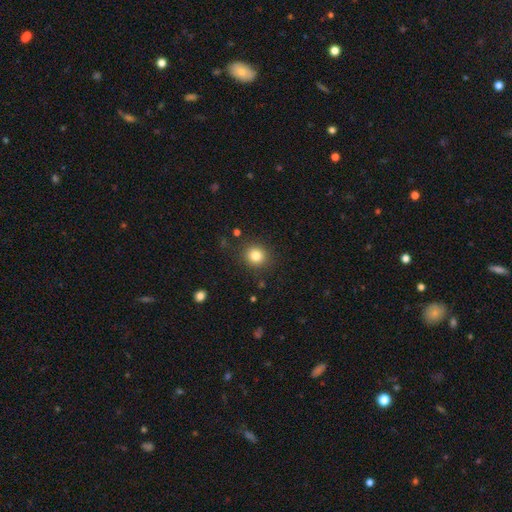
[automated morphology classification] This is clearly a smooth galaxy (82%). How rounded: clearly round (87%). Merging: clearly none (88%).